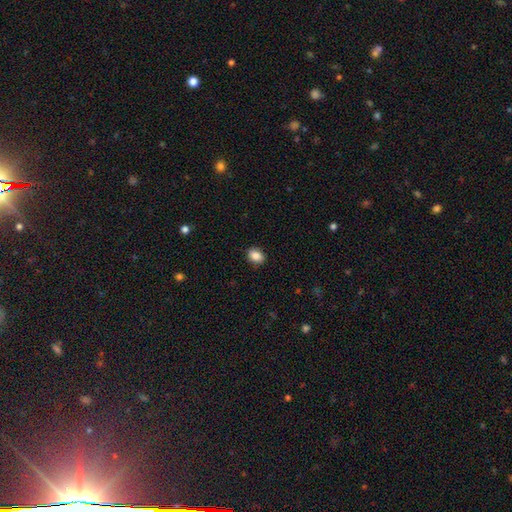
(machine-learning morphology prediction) smooth 87%, star or artifact 9%, featured or disk 5%. Down the decision tree: how rounded — in between (68%); merging — none (88%).